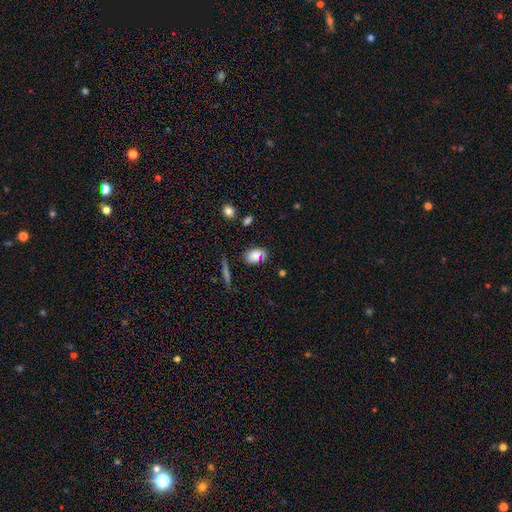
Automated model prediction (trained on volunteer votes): Smooth or featured? smooth (76%)
How rounded? in between (80%)
Merging? none (68%)